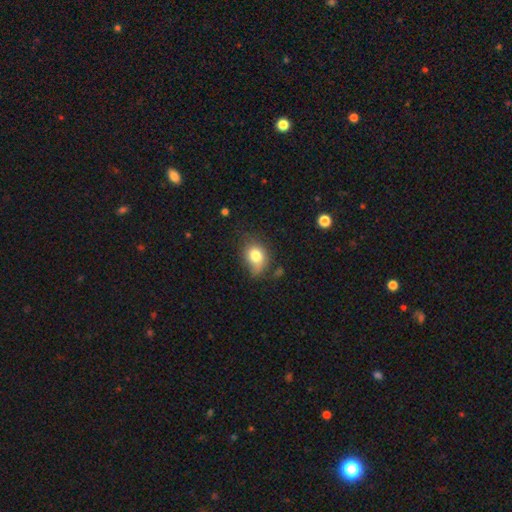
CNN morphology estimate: Q: Smooth or featured?
A: smooth (78%); runner-up: featured or disk (12%)
Q: How rounded?
A: in between (60%); runner-up: round (39%)
Q: Merging?
A: none (50%); runner-up: minor disturbance (34%)